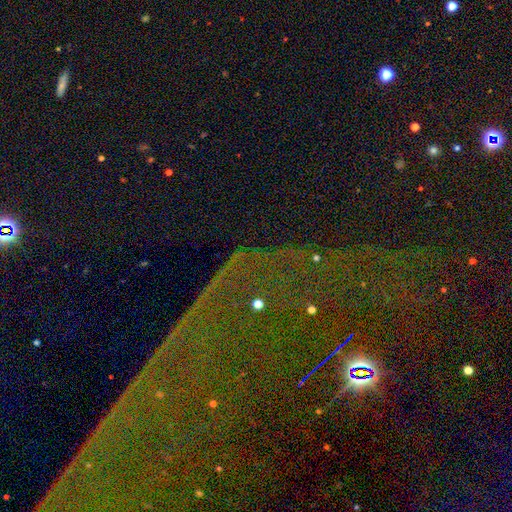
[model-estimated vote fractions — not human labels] Smooth or featured: star or artifact — 82% (featured or disk — 10%)